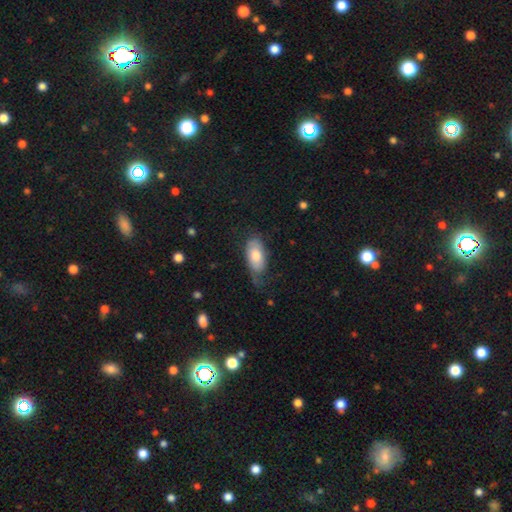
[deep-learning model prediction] Overall: smooth (65%; featured or disk 29%). How rounded: in between (90%). Merging: none (51%; minor disturbance 31%).